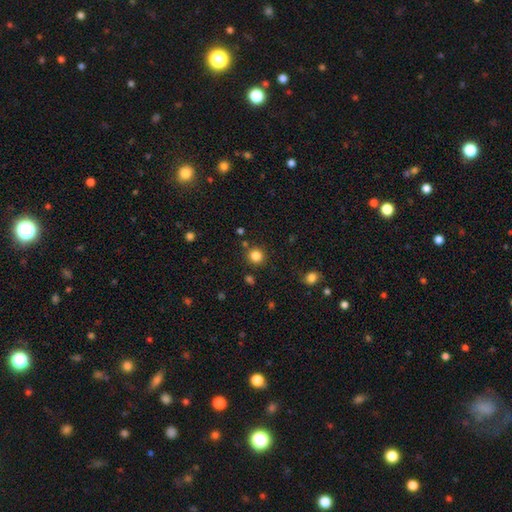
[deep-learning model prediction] Q: Smooth or featured?
A: smooth (83%); runner-up: star or artifact (13%)
Q: How rounded?
A: round (92%); runner-up: in between (7%)
Q: Merging?
A: none (86%); runner-up: minor disturbance (7%)